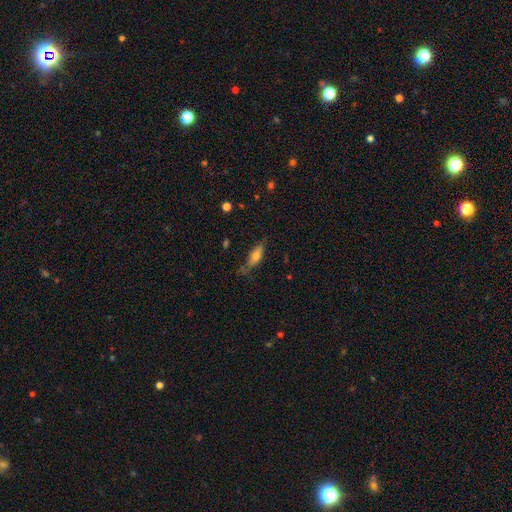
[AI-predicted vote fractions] Q: Smooth or featured?
A: smooth (61%); runner-up: featured or disk (31%)
Q: How rounded?
A: in between (61%); runner-up: cigar-shaped (36%)
Q: Merging?
A: none (53%); runner-up: minor disturbance (30%)